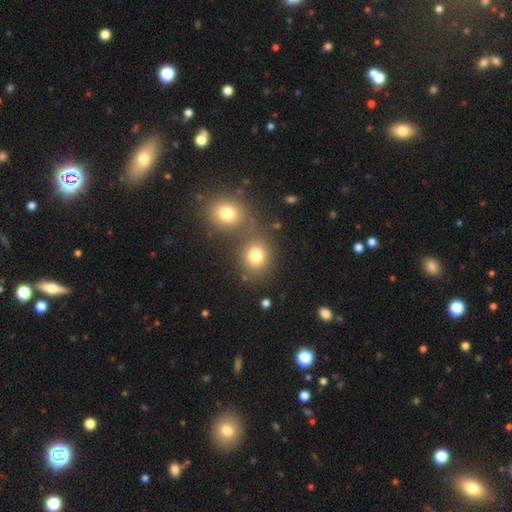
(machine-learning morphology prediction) Smooth or featured?
  - smooth: 78% *
  - star or artifact: 14%
  - featured or disk: 8%
How rounded?
  - round: 76% *
  - in between: 23%
  - cigar-shaped: 1%
Merging?
  - none: 62% *
  - merger: 27%
  - minor disturbance: 8%
  - major disturbance: 4%